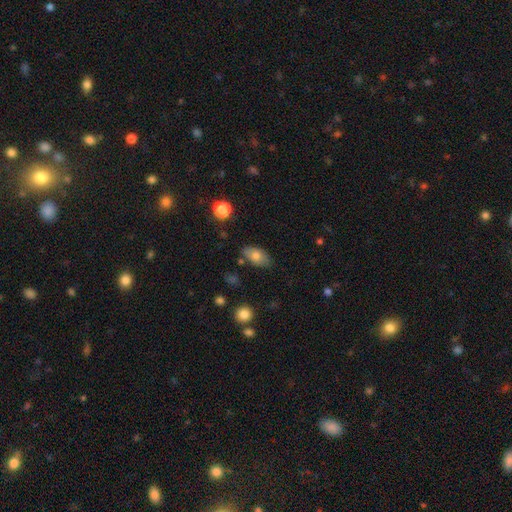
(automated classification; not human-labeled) Morphology: type=smooth (76%); roundness=in between (90%); merging=none (76%).